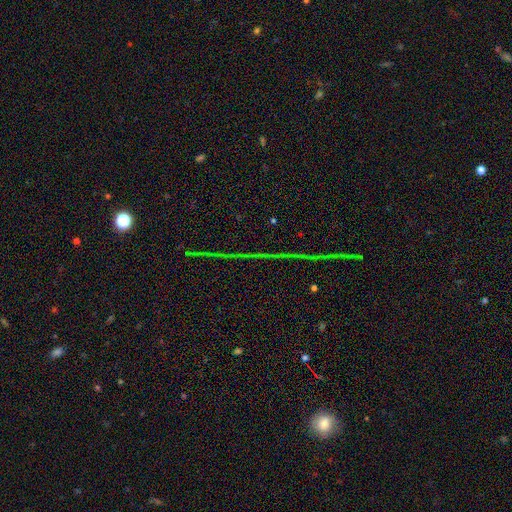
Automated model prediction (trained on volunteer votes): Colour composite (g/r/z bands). It shows a star or artifact, not a galaxy (83%).